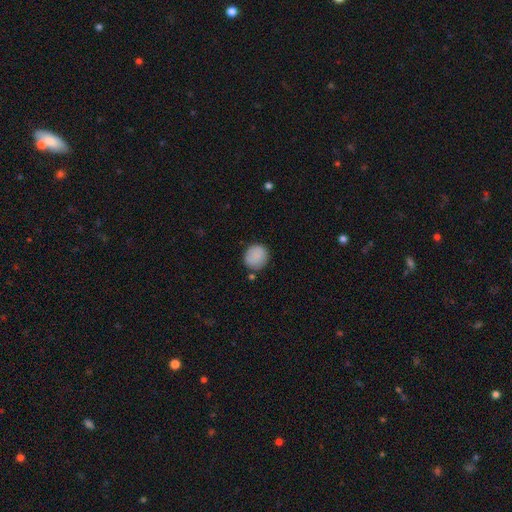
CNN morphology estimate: Smooth or featured? smooth (87%)
How rounded? round (89%)
Merging? none (82%)